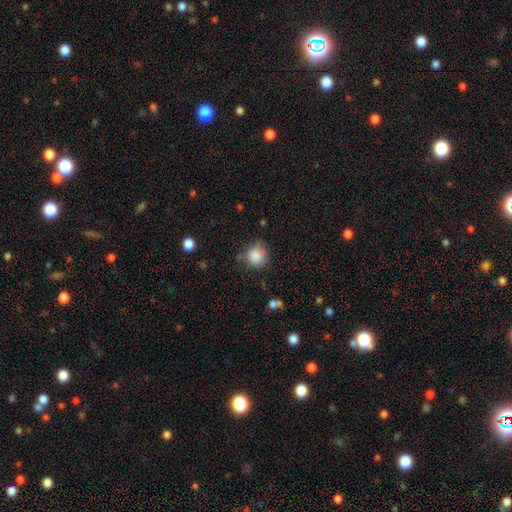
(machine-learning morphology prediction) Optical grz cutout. It shows a smooth galaxy with no disk features (86%) that is round (89%). Merging: none (67%).